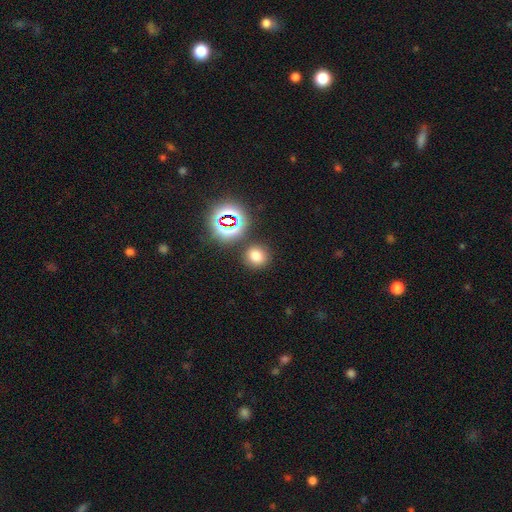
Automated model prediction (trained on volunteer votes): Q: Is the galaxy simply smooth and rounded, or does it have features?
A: smooth — 72%.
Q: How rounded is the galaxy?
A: round — 83%.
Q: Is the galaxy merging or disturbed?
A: none — 82%.